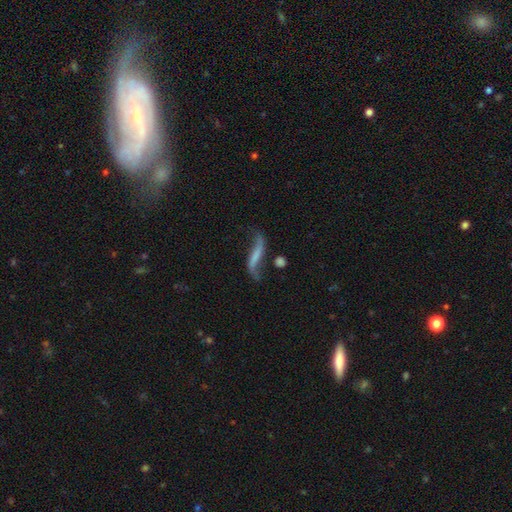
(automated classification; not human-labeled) smooth_or_featured: featured or disk (p=0.70) [alt: smooth p=0.21]
disk_edge_on: no (p=0.84) [alt: yes p=0.16]
bar: strong (p=0.39) [alt: no p=0.34]
has_spiral_arms: yes (p=0.87) [alt: no p=0.13]
spiral_winding: loose (p=0.93) [alt: medium p=0.05]
spiral_arm_count: 2 (p=0.88) [alt: 1 p=0.07]
bulge_size: none (p=0.63) [alt: small p=0.21]
merging: none (p=0.55) [alt: minor disturbance p=0.21]